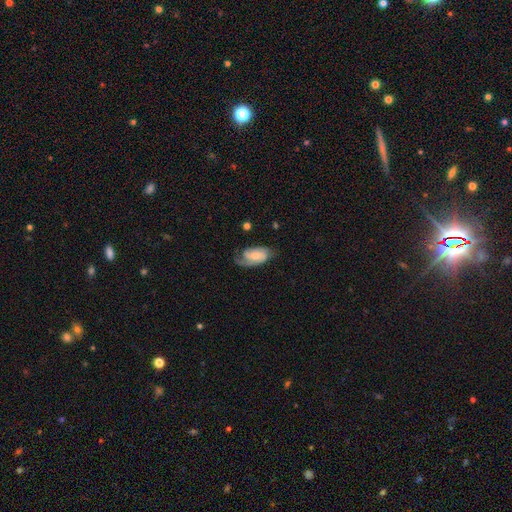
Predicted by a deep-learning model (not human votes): Smooth or featured?
  - featured or disk: 65% *
  - smooth: 28%
  - star or artifact: 6%
Edge-on disk?
  - no: 95% *
  - yes: 5%
Bar?
  - no: 52% *
  - weak: 37%
  - strong: 11%
Spiral arms?
  - yes: 91% *
  - no: 9%
Spiral winding?
  - medium: 41% *
  - tight: 36%
  - loose: 23%
Spiral arm count?
  - 2: 51% *
  - 1: 31%
  - can't tell: 12%
  - 3: 4%
  - 4: 1%
  - more than 4: 1%
Bulge size?
  - small: 46% *
  - moderate: 38%
  - none: 9%
  - large: 5%
  - dominant: 1%
Merging?
  - none: 55% *
  - minor disturbance: 26%
  - major disturbance: 17%
  - merger: 2%